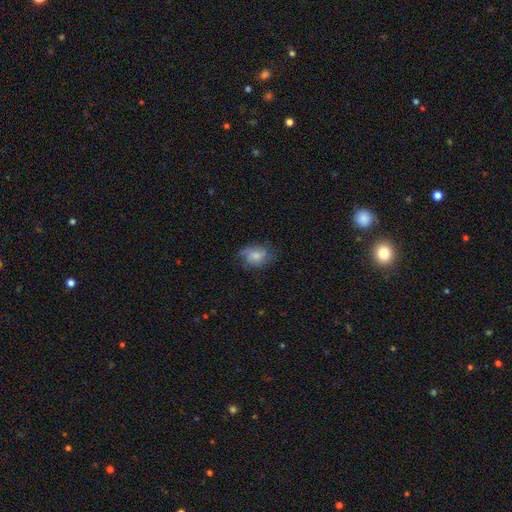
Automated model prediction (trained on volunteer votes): Morphology: type=smooth (64%); roundness=in between (70%); merging=none (57%).